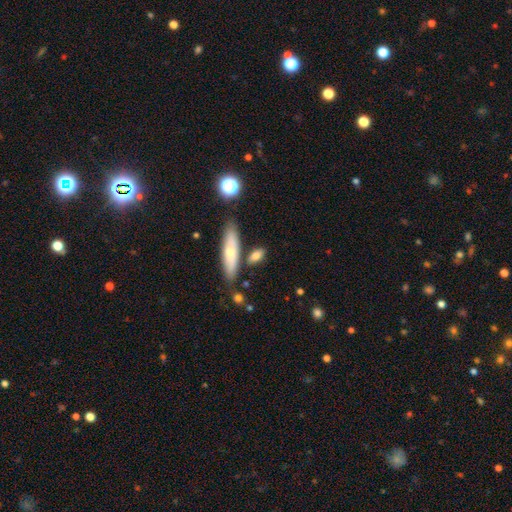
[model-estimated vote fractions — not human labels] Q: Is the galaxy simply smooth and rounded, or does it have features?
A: smooth — 72%.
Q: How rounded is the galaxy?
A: in between — 53%.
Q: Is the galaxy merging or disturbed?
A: none — 73%.